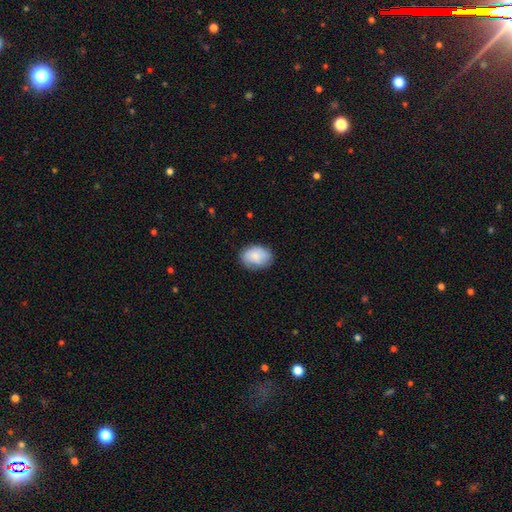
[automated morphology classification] This appears to be a smooth galaxy with no disk features (83%) that is in between round and cigar-shaped (74%). Merging: none (80%).